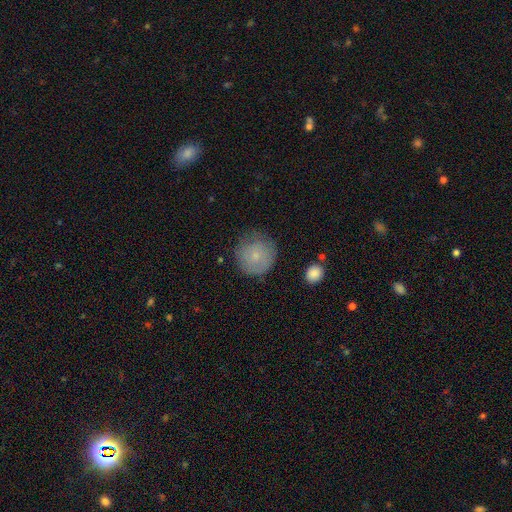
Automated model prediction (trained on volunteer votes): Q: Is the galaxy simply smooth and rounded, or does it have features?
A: smooth — 74%.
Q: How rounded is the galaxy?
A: round — 93%.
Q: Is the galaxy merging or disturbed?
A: none — 71%.